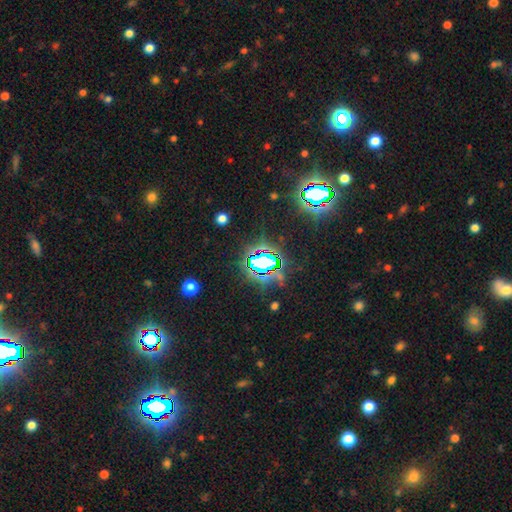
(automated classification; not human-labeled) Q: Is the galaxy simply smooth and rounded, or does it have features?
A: star or artifact — 76%.